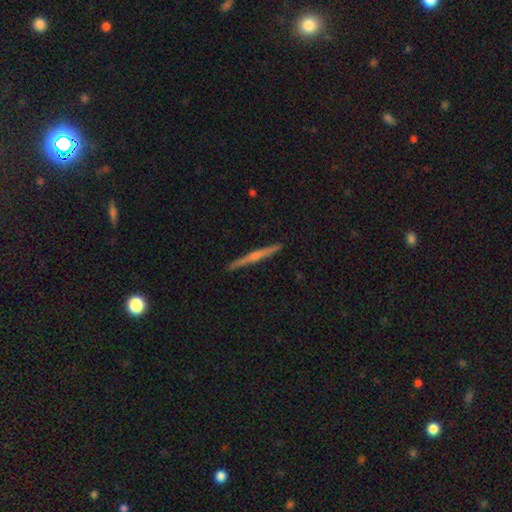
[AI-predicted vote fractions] Smooth or featured? Predicted: featured or disk (p=0.60). Edge-on disk? Predicted: yes (p=0.98). Edge-on bulge? Predicted: rounded (p=0.51). Merging? Predicted: none (p=0.92).